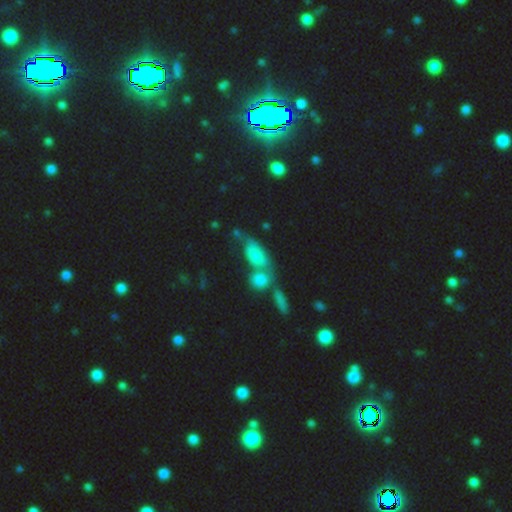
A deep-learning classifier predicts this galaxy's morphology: Q: Smooth or featured?
A: smooth (64%); runner-up: featured or disk (23%)
Q: How rounded?
A: in between (81%); runner-up: round (10%)
Q: Merging?
A: merger (46%); runner-up: none (25%)